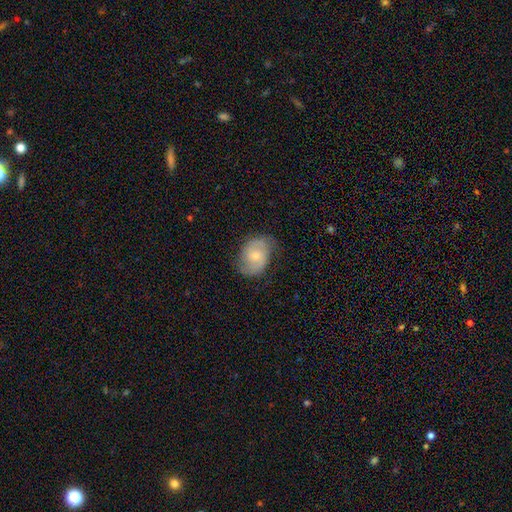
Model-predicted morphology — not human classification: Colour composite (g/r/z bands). It shows a featured or disk galaxy (65%) with no bar (62%), 2 (85%) medium (47%) spiral arms (90%) and a small central bulge (48%). Merging: none (71%).